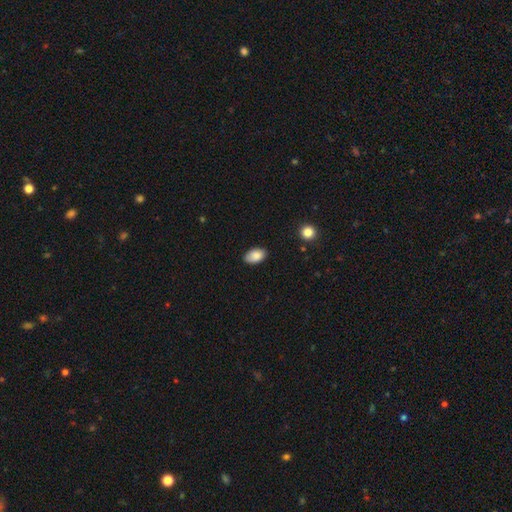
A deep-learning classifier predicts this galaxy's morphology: The model was most divided on "merging": none: 81%, minor disturbance: 15%, major disturbance: 2%, merger: 1%. More confident: how rounded — in between (93%); smooth or featured — smooth (87%).